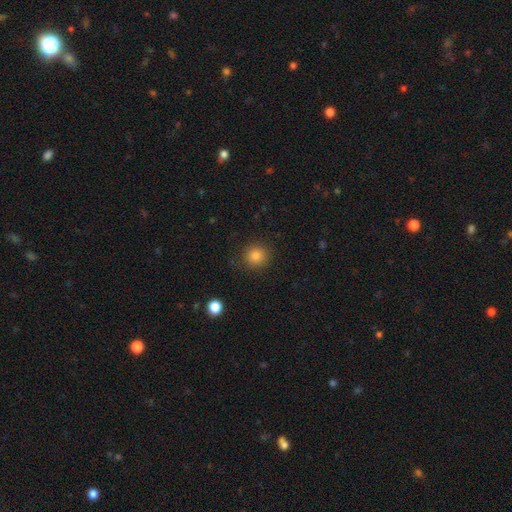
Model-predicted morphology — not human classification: Q: Smooth or featured?
A: smooth (83%); runner-up: star or artifact (12%)
Q: How rounded?
A: round (90%); runner-up: in between (9%)
Q: Merging?
A: none (88%); runner-up: minor disturbance (8%)